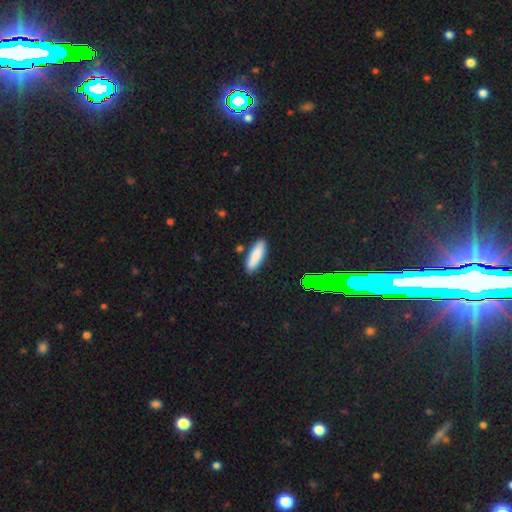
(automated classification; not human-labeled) smooth 86%, star or artifact 7%, featured or disk 6%. Down the decision tree: how rounded — in between (51%); merging — none (87%).